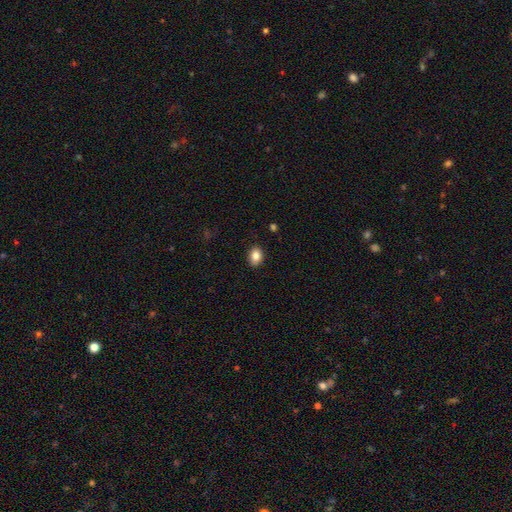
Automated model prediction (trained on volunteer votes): The model was most divided on "how rounded": in between: 69%, round: 30%, cigar-shaped: 1%. More confident: merging — none (88%); smooth or featured — smooth (86%).